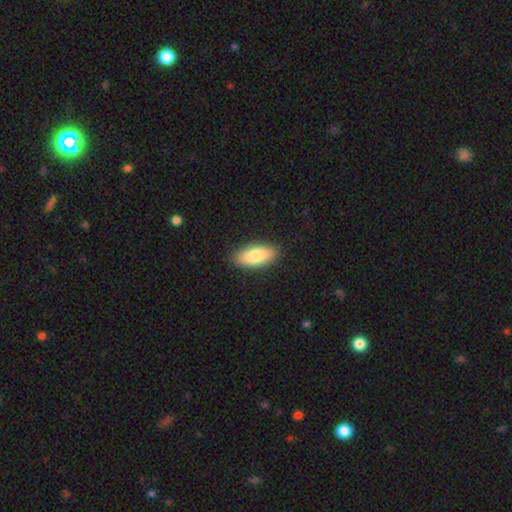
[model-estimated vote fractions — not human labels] This appears to be a smooth galaxy with no disk features (84%) that is in between round and cigar-shaped (86%). Merging: none (88%).